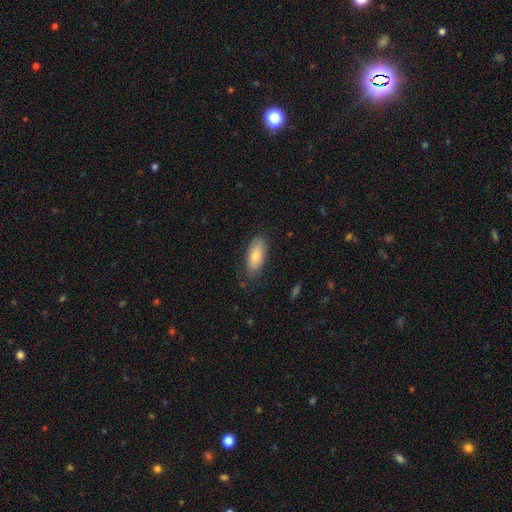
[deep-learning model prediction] A smooth galaxy with no disk features (80%) that is in between round and cigar-shaped (86%).

Vote fractions:
- Smooth or featured? smooth: 80% / featured or disk: 13% / star or artifact: 6%
- How rounded? in between: 86% / cigar-shaped: 11% / round: 2%
- Merging? none: 77% / minor disturbance: 18% / major disturbance: 4% / merger: 1%